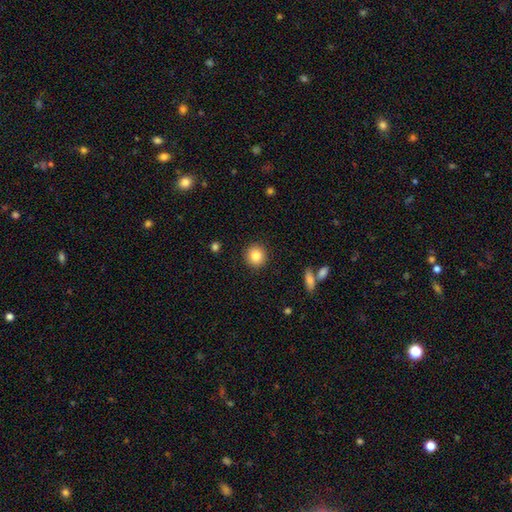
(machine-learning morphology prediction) Q: Smooth or featured?
A: smooth (84%); runner-up: star or artifact (9%)
Q: How rounded?
A: round (91%); runner-up: in between (8%)
Q: Merging?
A: none (91%); runner-up: minor disturbance (5%)